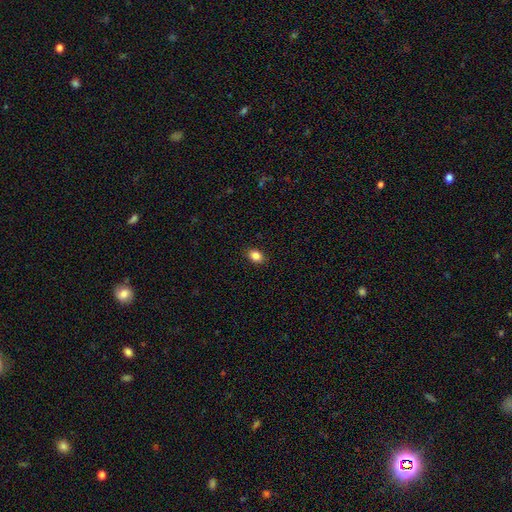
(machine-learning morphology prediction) The model was most divided on "how rounded": in between: 68%, round: 30%, cigar-shaped: 1%. More confident: merging — none (89%); smooth or featured — smooth (85%).